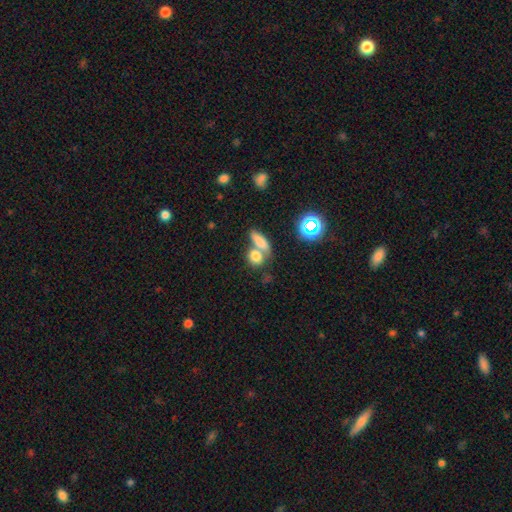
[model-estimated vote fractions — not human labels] Q: Smooth or featured?
A: smooth (76%); runner-up: star or artifact (13%)
Q: How rounded?
A: round (46%); runner-up: in between (45%)
Q: Merging?
A: merger (47%); runner-up: none (41%)